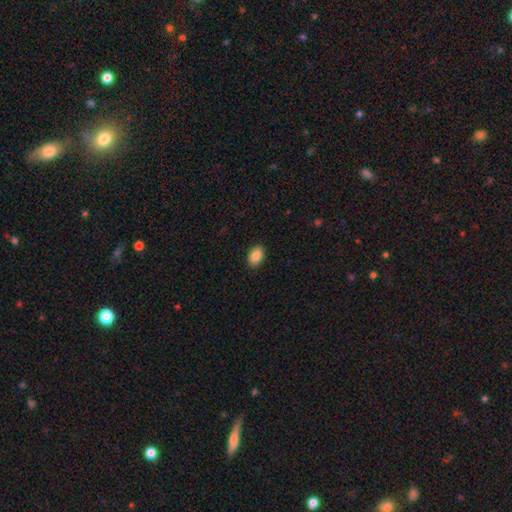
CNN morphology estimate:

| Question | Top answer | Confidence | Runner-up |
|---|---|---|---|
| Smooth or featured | smooth | 87% | star or artifact (8%) |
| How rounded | in between | 88% | round (10%) |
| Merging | none | 90% | minor disturbance (7%) |